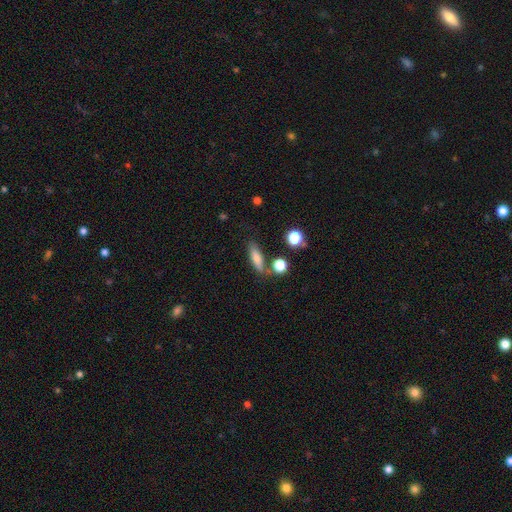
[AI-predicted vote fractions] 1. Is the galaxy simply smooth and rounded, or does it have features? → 75% smooth, 15% featured or disk, 9% star or artifact.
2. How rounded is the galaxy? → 53% cigar-shaped, 41% in between, 6% round.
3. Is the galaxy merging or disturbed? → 68% none, 16% minor disturbance, 11% merger, 5% major disturbance.